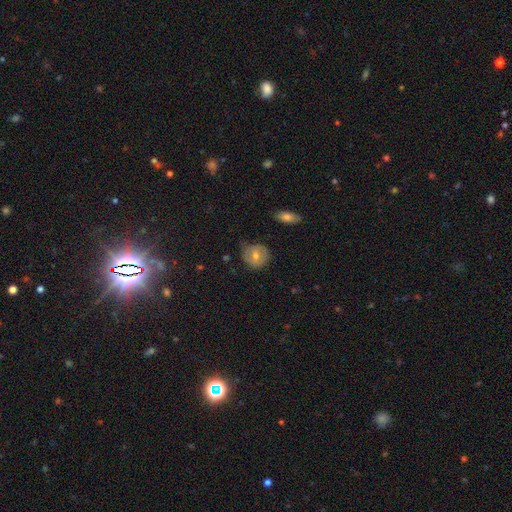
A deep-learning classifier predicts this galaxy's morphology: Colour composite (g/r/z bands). It shows a smooth galaxy with no disk features (53%) that is round (85%). Merging: none (67%).